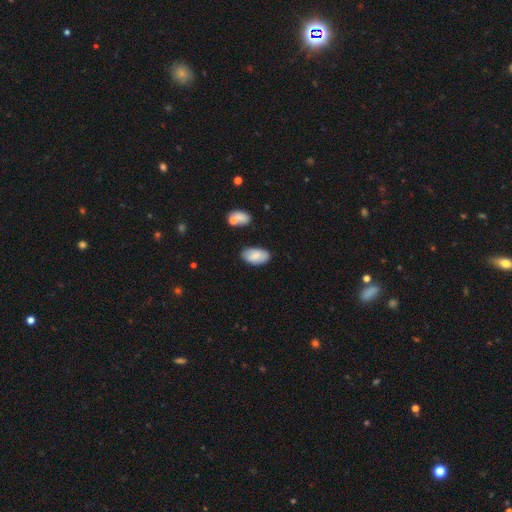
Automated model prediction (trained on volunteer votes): Q: Smooth or featured?
A: smooth (81%); runner-up: featured or disk (12%)
Q: How rounded?
A: in between (95%); runner-up: round (3%)
Q: Merging?
A: none (79%); runner-up: minor disturbance (15%)